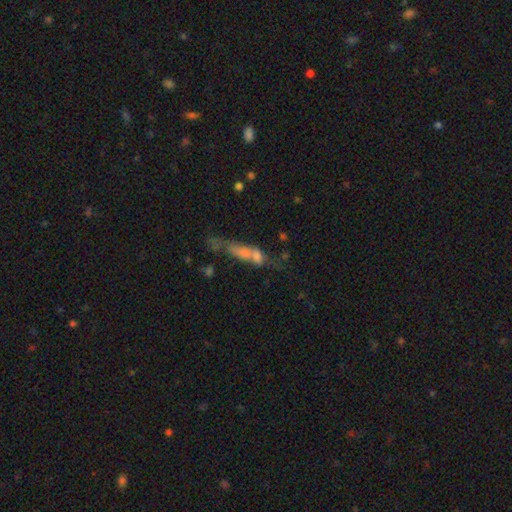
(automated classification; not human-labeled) Overall: smooth (50%; featured or disk 36%). Merging: merger (40%; none 25%).